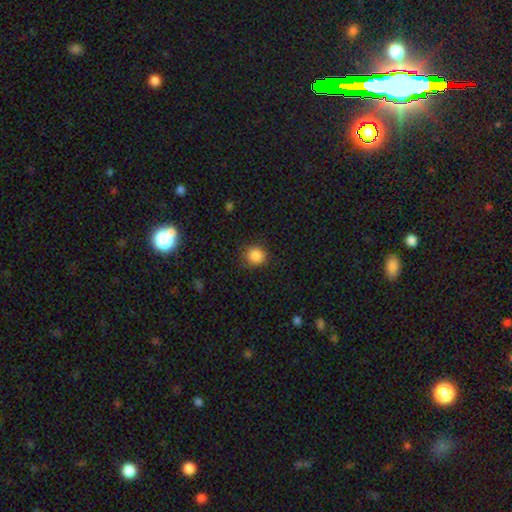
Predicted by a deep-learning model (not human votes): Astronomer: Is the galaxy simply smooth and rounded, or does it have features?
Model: smooth — 87%.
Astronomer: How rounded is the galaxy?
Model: round — 90%.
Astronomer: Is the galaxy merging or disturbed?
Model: none — 86%.